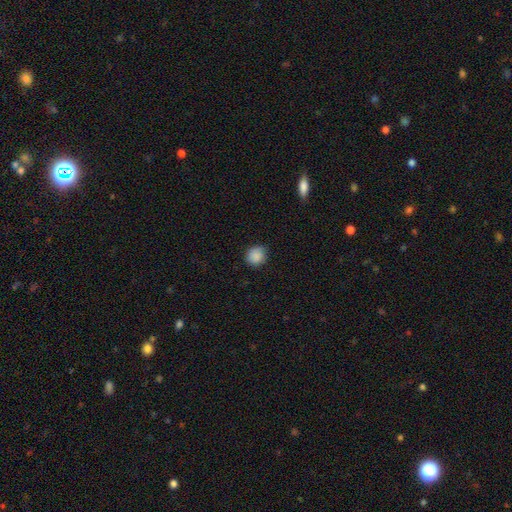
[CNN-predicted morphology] Smooth or featured? smooth (88%)
How rounded? round (80%)
Merging? none (83%)